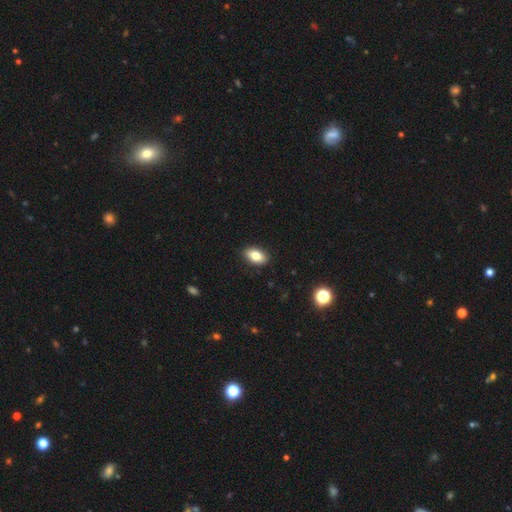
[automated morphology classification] type=smooth (82%); roundness=in between (90%); merging=none (90%).